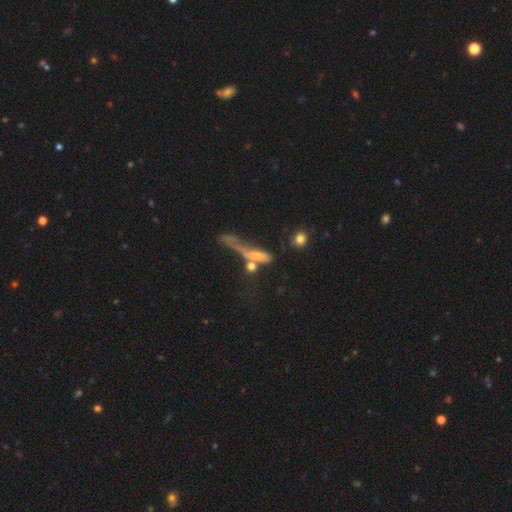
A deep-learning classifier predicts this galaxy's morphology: A featured or disk galaxy (45%). Merging: major disturbance (34%).